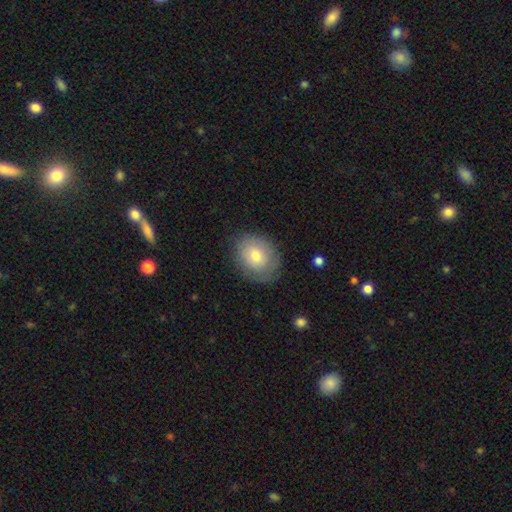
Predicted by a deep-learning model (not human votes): Q: Smooth or featured?
A: smooth (70%); runner-up: featured or disk (21%)
Q: How rounded?
A: in between (51%); runner-up: round (48%)
Q: Merging?
A: none (79%); runner-up: minor disturbance (16%)